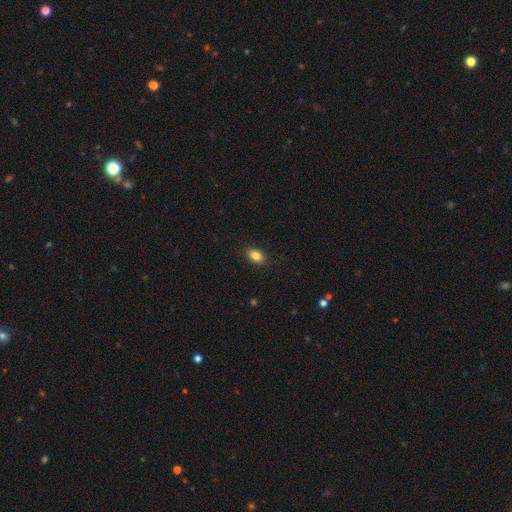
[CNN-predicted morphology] Smooth or featured? Predicted: smooth (p=0.85). How rounded? Predicted: in between (p=0.85). Merging? Predicted: none (p=0.89).